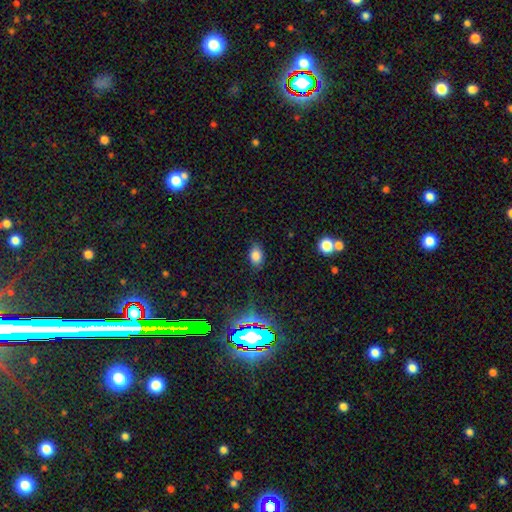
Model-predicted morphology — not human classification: Smooth or featured?
  - smooth: 78% *
  - star or artifact: 15%
  - featured or disk: 7%
How rounded?
  - in between: 83% *
  - round: 15%
  - cigar-shaped: 2%
Merging?
  - none: 81% *
  - minor disturbance: 14%
  - major disturbance: 3%
  - merger: 1%